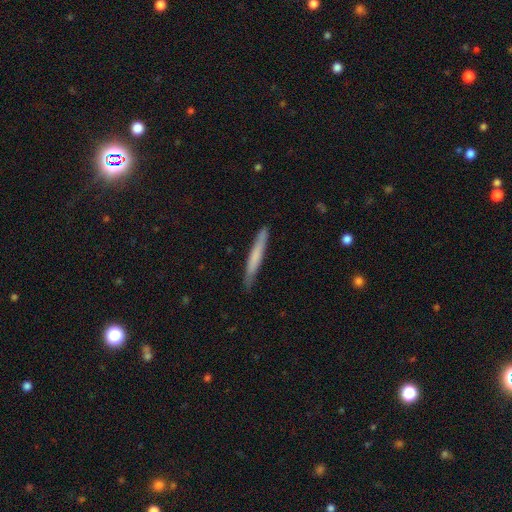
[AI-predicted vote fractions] This appears to be a smooth galaxy with no disk features (63%) that is cigar-shaped (96%). Merging: none (86%).